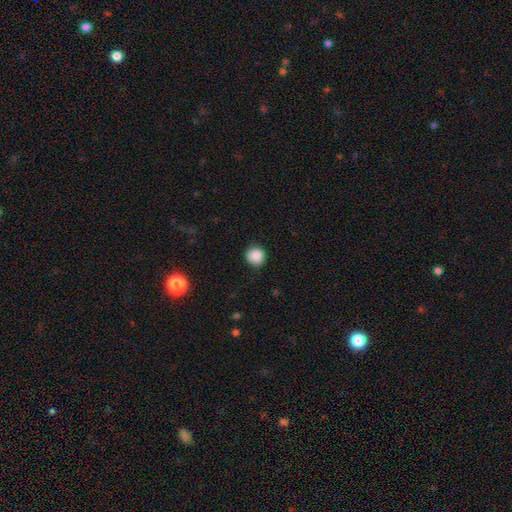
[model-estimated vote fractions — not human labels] This is clearly a smooth galaxy (87%). How rounded: clearly round (93%). Merging: clearly none (89%).